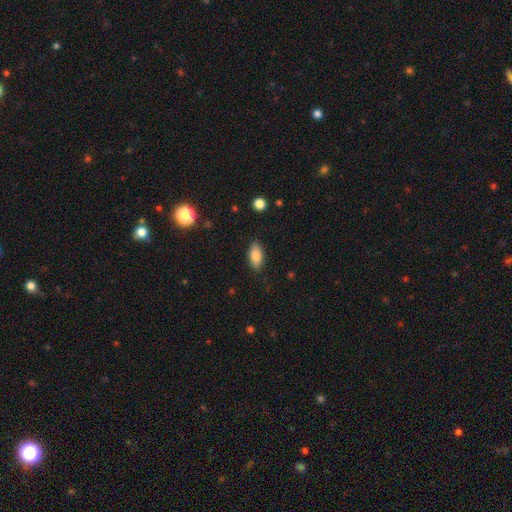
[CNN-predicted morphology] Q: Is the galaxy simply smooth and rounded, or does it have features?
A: smooth — 81%.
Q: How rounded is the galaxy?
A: in between — 86%.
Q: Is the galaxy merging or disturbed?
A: none — 85%.